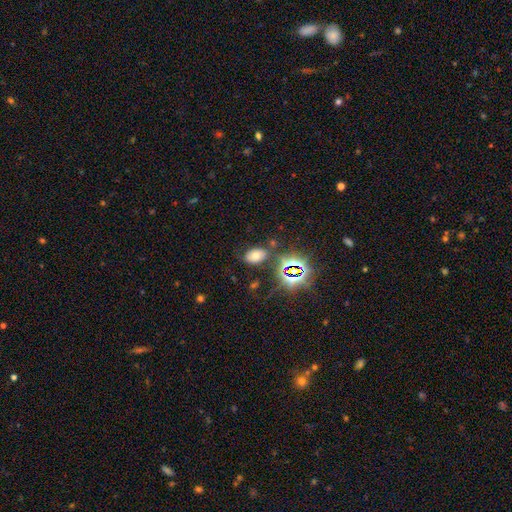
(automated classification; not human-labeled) This appears to be a smooth galaxy with no disk features (56%) that is in between round and cigar-shaped (88%). Merging: none (78%).